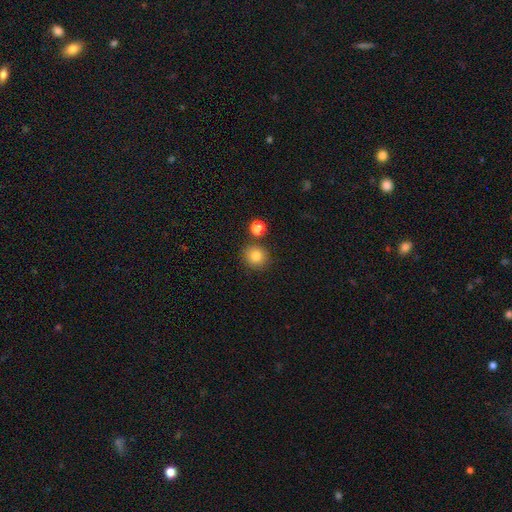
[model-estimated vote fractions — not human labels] Morphology: type=smooth (82%); roundness=round (88%); merging=none (81%).